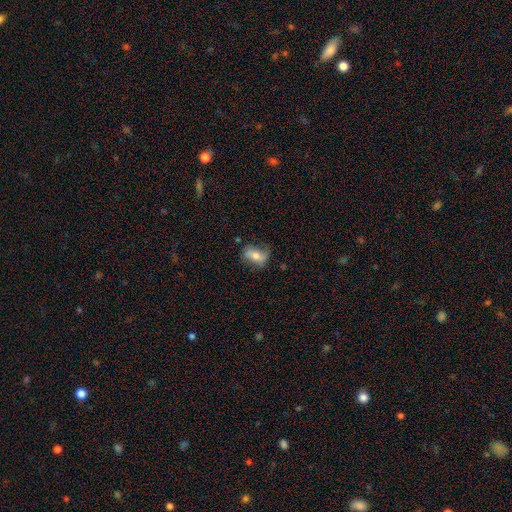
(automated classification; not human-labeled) smooth_or_featured: smooth (p=0.56) [alt: featured or disk p=0.35]
how_rounded: in between (p=0.77) [alt: round p=0.19]
merging: none (p=0.65) [alt: minor disturbance p=0.24]